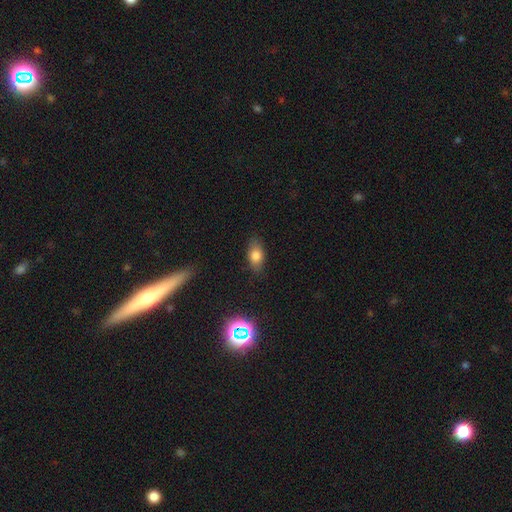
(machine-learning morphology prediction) A smooth galaxy with no disk features (76%) that is in between round and cigar-shaped (85%). Merging: none (82%).